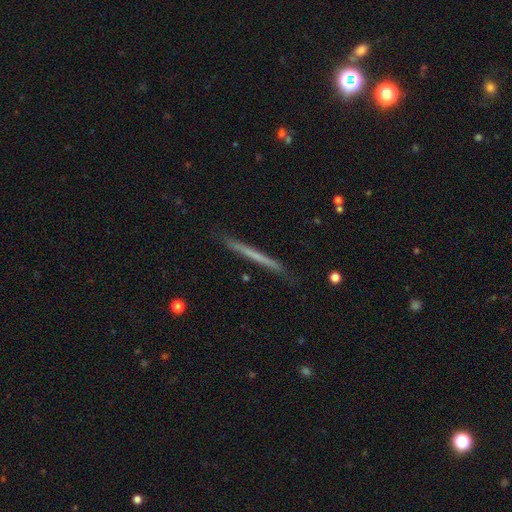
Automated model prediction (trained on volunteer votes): Smooth or featured?
  - featured or disk: 49% *
  - smooth: 45%
  - star or artifact: 6%
Merging?
  - none: 87% *
  - minor disturbance: 10%
  - major disturbance: 2%
  - merger: 1%